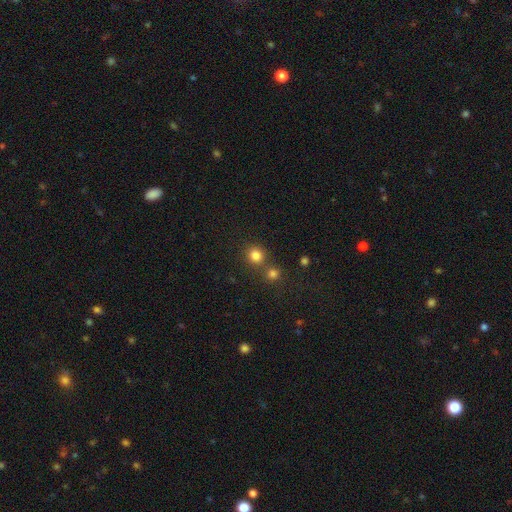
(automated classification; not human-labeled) This is clearly a smooth galaxy (81%). How rounded: clearly round (86%). Merging: likely none (67%).